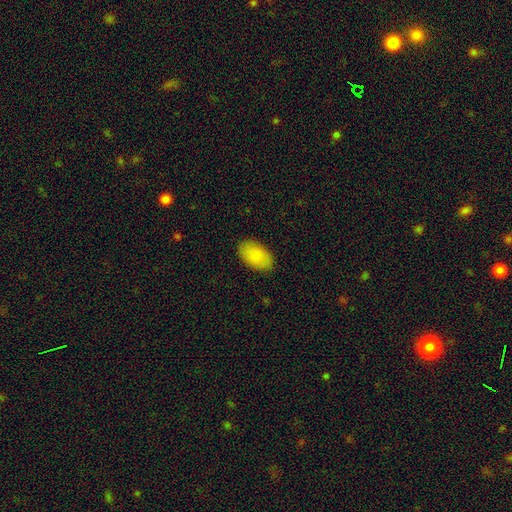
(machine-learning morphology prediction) smooth-or-featured: smooth: 85% | featured or disk: 9% | star or artifact: 6%
  how-rounded: in between: 94% | round: 5% | cigar-shaped: 1%
  merging: none: 88% | minor disturbance: 9% | major disturbance: 2% | merger: 1%